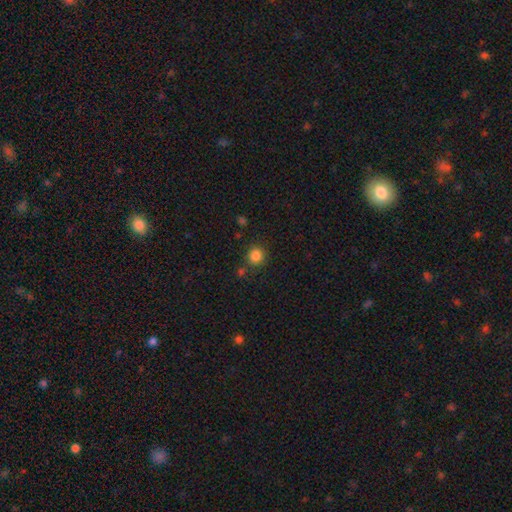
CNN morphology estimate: smooth_or_featured: smooth (p=0.84) [alt: star or artifact p=0.12]
how_rounded: round (p=0.90) [alt: in between p=0.09]
merging: none (p=0.81) [alt: minor disturbance p=0.10]